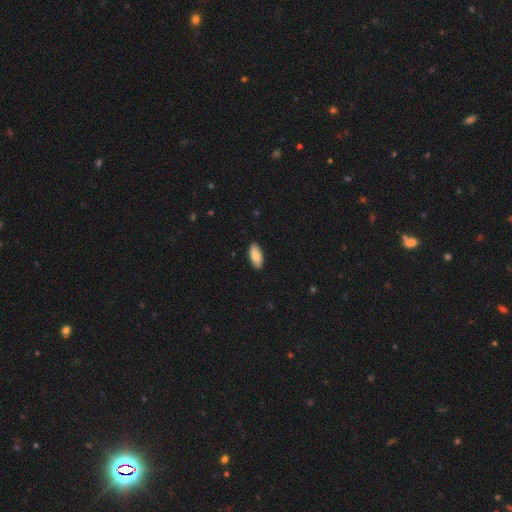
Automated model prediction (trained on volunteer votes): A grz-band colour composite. It shows a smooth galaxy with no disk features (83%) that is in between round and cigar-shaped (89%). Merging: none (90%).